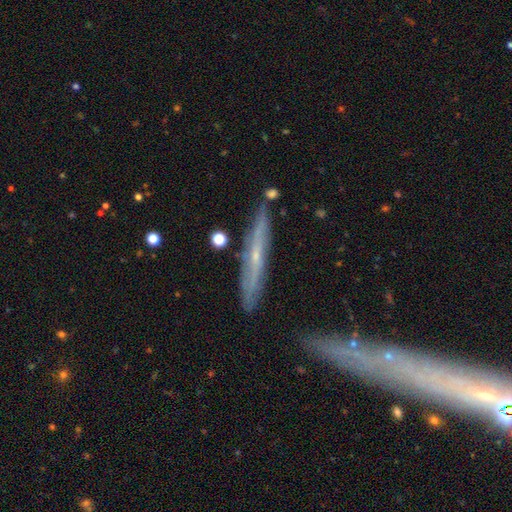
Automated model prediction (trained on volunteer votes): Overall: featured or disk (60%; smooth 32%). Edge-on disk: yes (86%). Edge-on bulge: none (56%; rounded 40%). Merging: none (81%).